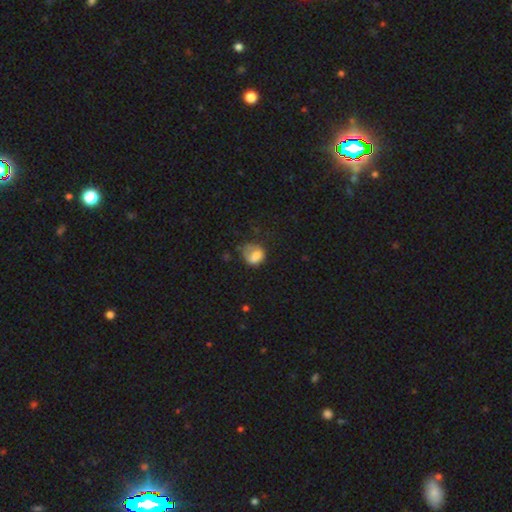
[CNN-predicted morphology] Overall: smooth (67%). How rounded: round (59%; in between 40%). Merging: none (35%; major disturbance 30%).